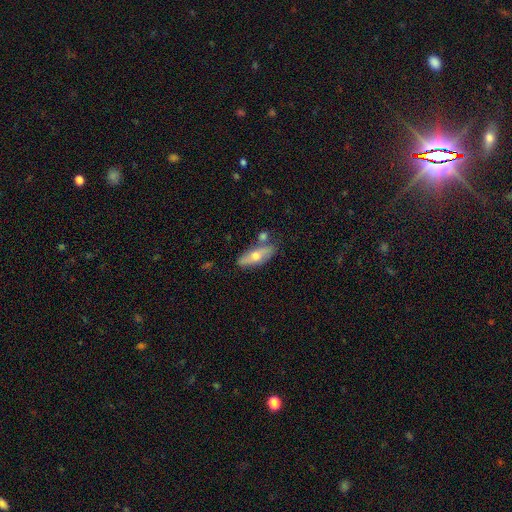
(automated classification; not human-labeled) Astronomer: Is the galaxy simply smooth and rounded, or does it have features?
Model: smooth — 53% (runner-up: featured or disk, 41%).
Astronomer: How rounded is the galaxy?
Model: in between — 59% (runner-up: cigar-shaped, 37%).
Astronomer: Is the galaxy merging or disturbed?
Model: none — 73%.